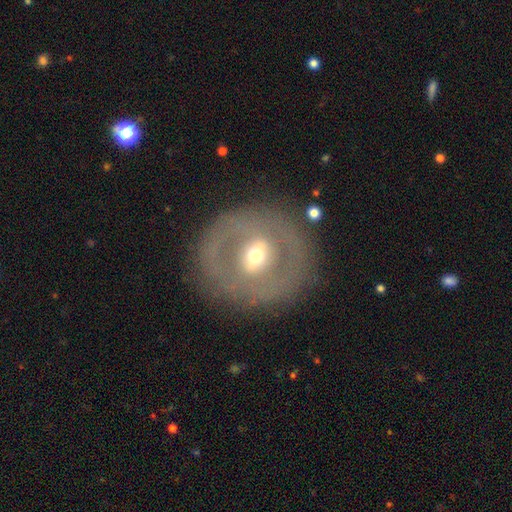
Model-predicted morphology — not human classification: This appears to be a featured or disk galaxy (64%) with a weak bar (37%), no spiral arms (80%) and a moderate central bulge (59%). Merging: none (81%).